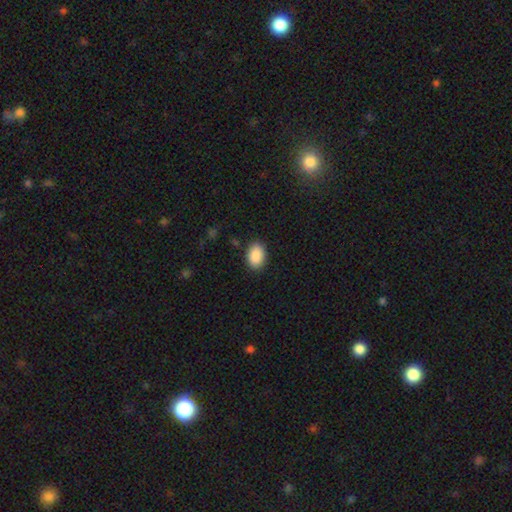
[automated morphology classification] smooth 90%, star or artifact 7%, featured or disk 3%. Down the decision tree: how rounded — in between (85%); merging — none (88%).